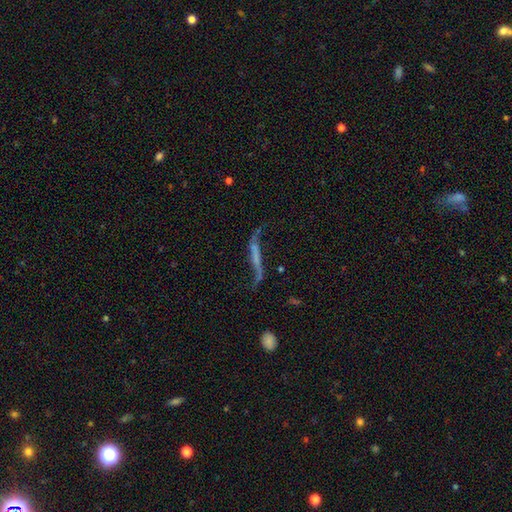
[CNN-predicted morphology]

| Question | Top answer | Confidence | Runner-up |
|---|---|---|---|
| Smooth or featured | featured or disk | 72% | smooth (17%) |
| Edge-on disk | no | 67% | yes (33%) |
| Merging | none | 49% | major disturbance (25%) |